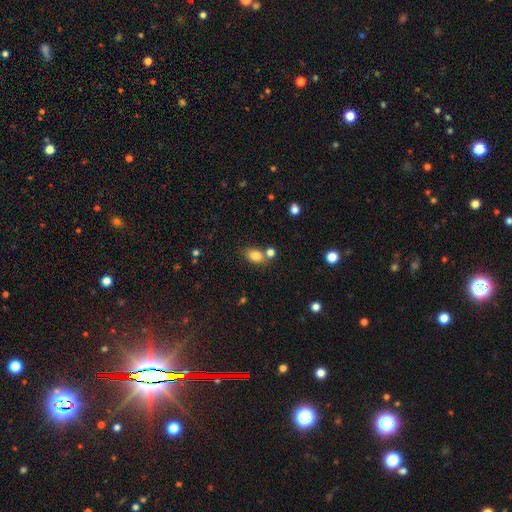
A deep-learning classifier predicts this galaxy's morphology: A smooth galaxy with no disk features (81%) that is in between round and cigar-shaped (78%). Merging: none (61%).